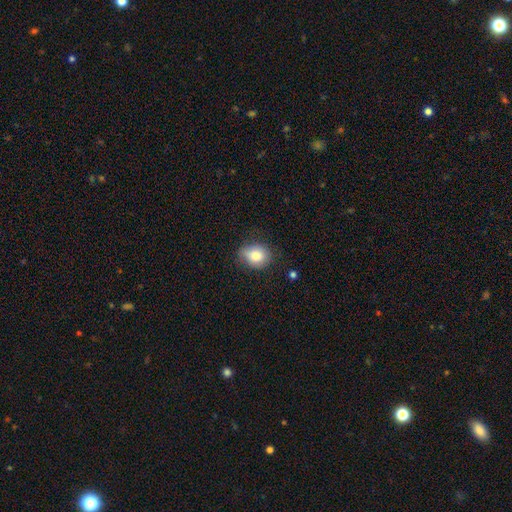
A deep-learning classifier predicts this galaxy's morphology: Overall: smooth (84%). How rounded: in between (51%; round 48%). Merging: none (65%; minor disturbance 27%).